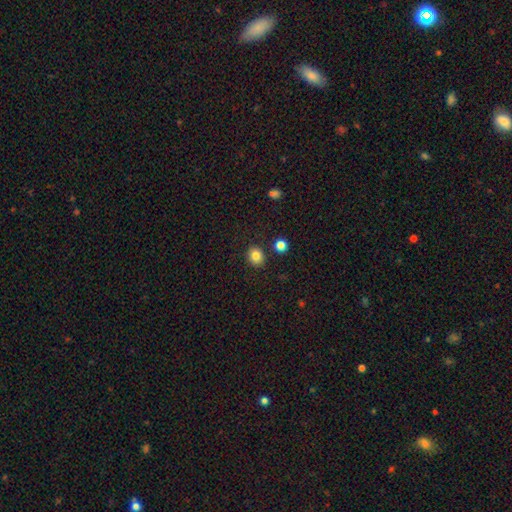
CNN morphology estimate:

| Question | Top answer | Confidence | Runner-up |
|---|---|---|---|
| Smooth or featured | smooth | 83% | star or artifact (11%) |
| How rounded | round | 74% | in between (25%) |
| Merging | none | 88% | minor disturbance (7%) |